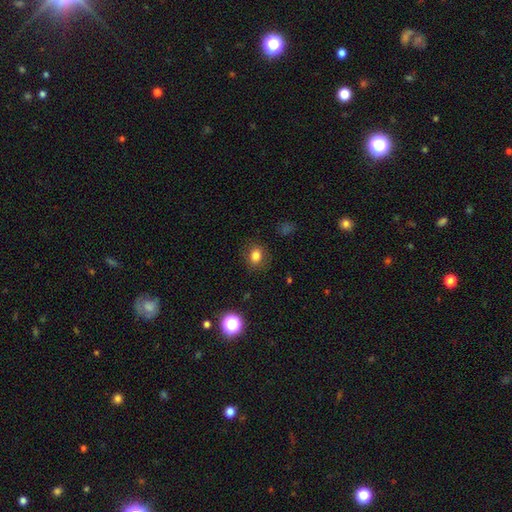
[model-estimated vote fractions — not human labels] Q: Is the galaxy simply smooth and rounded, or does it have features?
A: smooth — 80%.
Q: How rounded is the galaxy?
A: round — 51%.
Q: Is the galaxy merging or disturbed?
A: none — 83%.